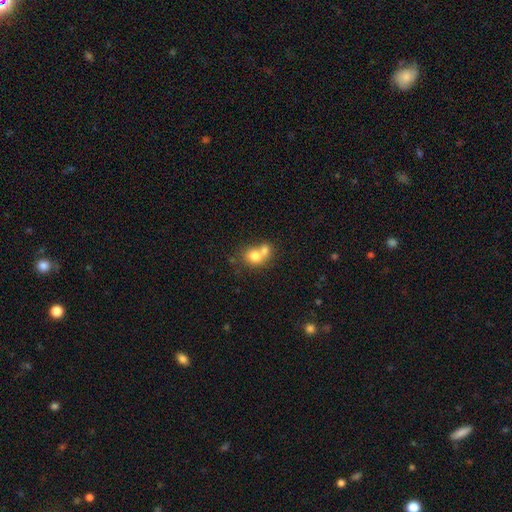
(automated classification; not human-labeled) Smooth or featured? smooth (74%)
How rounded? round (67%)
Merging? merger (64%)